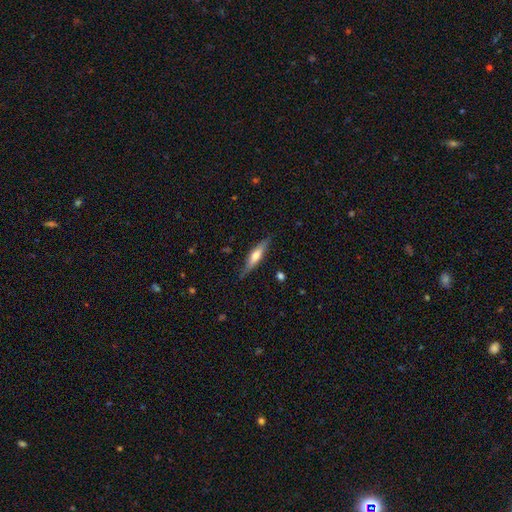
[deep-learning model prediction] Smooth or featured? featured or disk (48%)
Merging? none (82%)